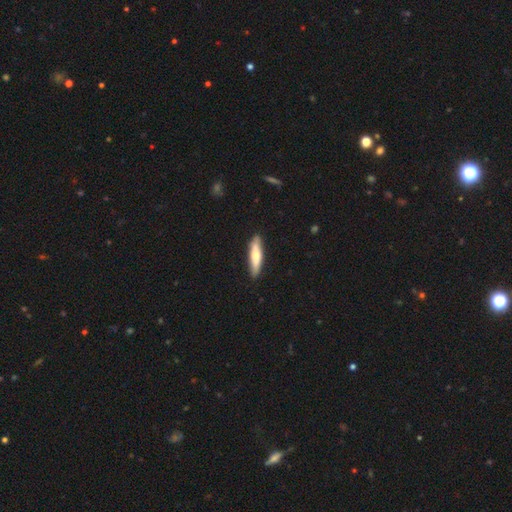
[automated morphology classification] smooth-or-featured: smooth: 63% | featured or disk: 32% | star or artifact: 5%
  how-rounded: cigar-shaped: 77% | in between: 22% | round: 2%
  merging: none: 87% | minor disturbance: 10% | major disturbance: 2% | merger: 1%